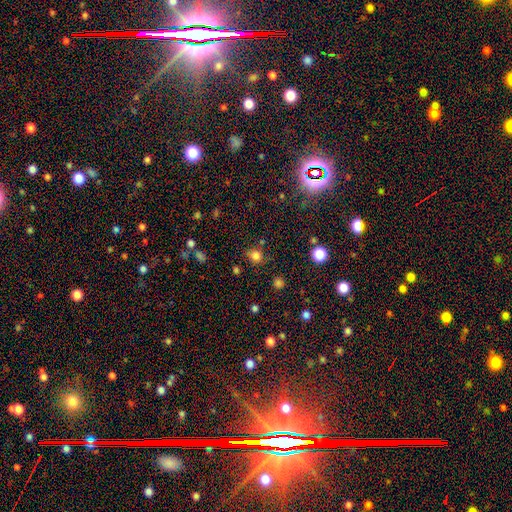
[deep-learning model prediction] Morphology: type=smooth (79%); roundness=round (80%); merging=none (78%).